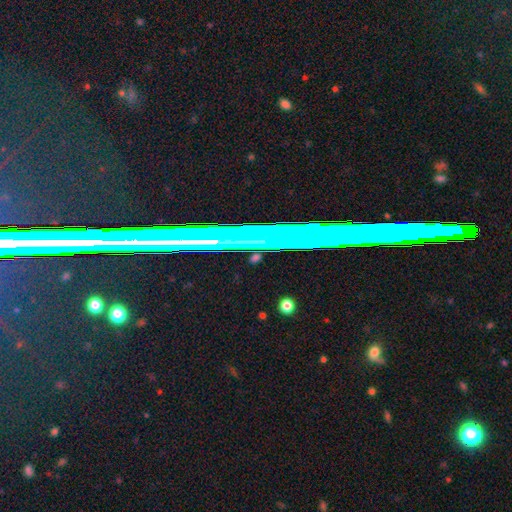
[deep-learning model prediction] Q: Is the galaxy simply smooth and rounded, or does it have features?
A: star or artifact — 53%.